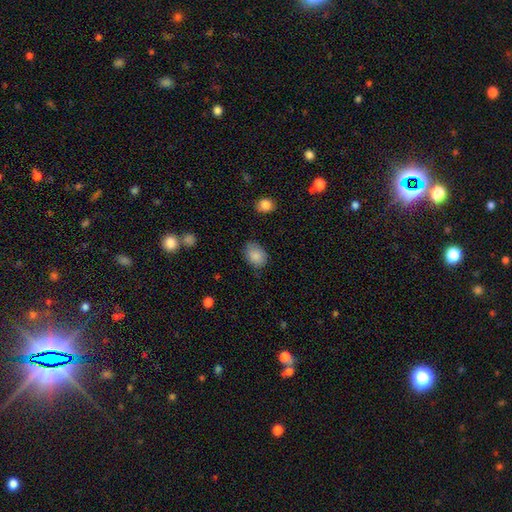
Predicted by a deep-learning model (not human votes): Smooth or featured? smooth (86%)
How rounded? in between (67%)
Merging? none (74%)